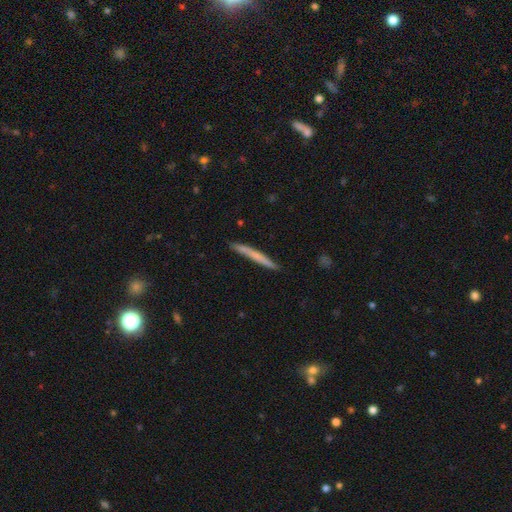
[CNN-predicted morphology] A smooth galaxy with no disk features (60%) that is cigar-shaped (97%).

Vote fractions:
- Smooth or featured? smooth: 60% / featured or disk: 35% / star or artifact: 6%
- How rounded? cigar-shaped: 97% / in between: 2% / round: 1%
- Merging? none: 88% / minor disturbance: 9% / major disturbance: 1% / merger: 1%